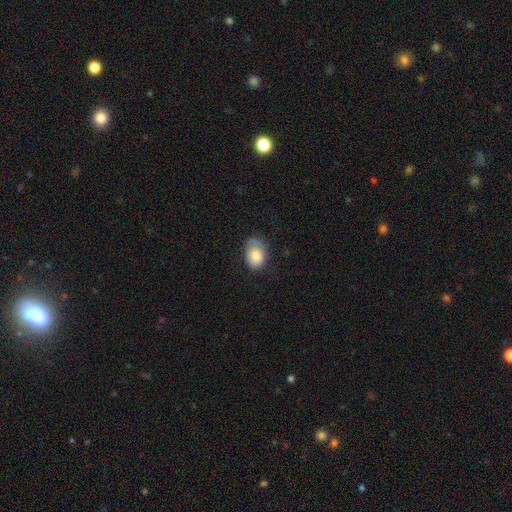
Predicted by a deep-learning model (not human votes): Smooth or featured? Predicted: smooth (p=0.80). How rounded? Predicted: in between (p=0.75). Merging? Predicted: none (p=0.52).